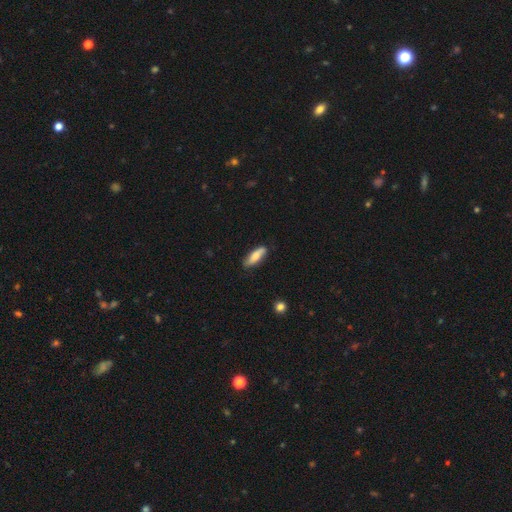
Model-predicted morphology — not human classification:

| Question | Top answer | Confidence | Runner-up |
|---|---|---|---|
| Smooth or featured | smooth | 71% | featured or disk (23%) |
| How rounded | in between | 57% | cigar-shaped (41%) |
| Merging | none | 83% | minor disturbance (14%) |